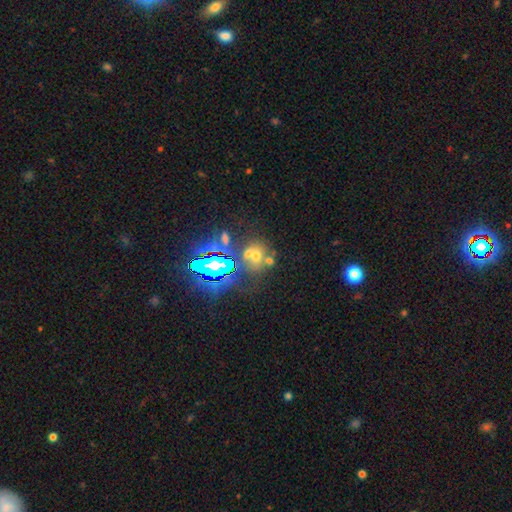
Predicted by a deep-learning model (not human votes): smooth 42%, star or artifact 39%, featured or disk 19%. Down the decision tree: merging — none (45%).